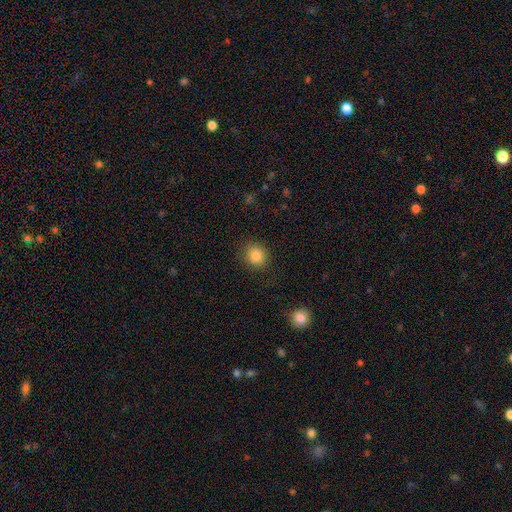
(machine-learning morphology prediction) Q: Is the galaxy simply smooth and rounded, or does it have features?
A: smooth — 86%.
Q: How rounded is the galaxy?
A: round — 78%.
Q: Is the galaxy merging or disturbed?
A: none — 87%.